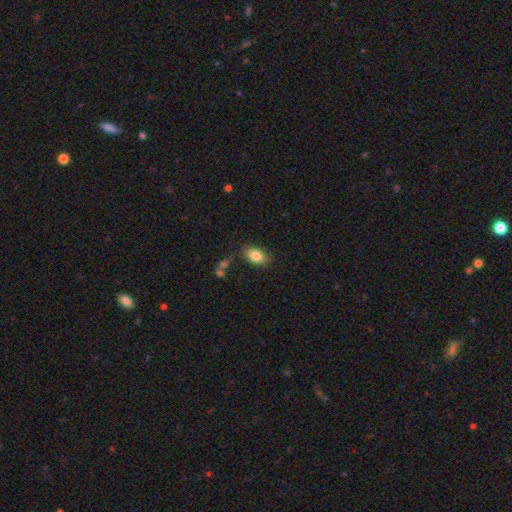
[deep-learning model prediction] Smooth or featured? smooth (84%)
How rounded? in between (85%)
Merging? none (78%)